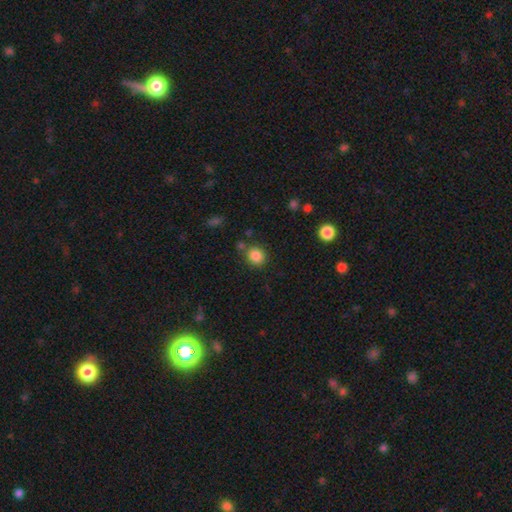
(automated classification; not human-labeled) A smooth galaxy with no disk features (85%) that is round (81%). Merging: none (79%).